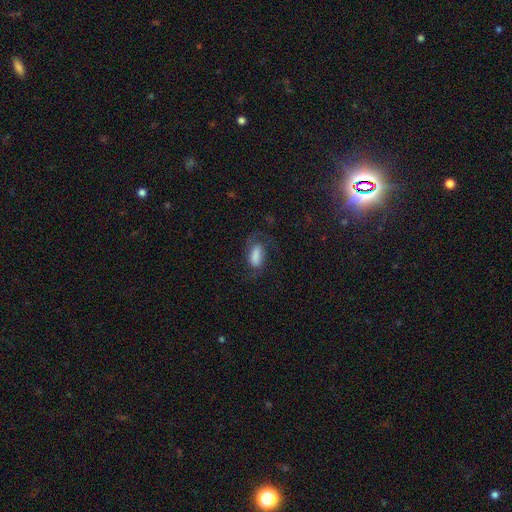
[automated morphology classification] The model was most divided on "merging": none: 47%, major disturbance: 29%, minor disturbance: 22%, merger: 2%. More confident: how rounded — in between (88%); smooth or featured — smooth (57%).